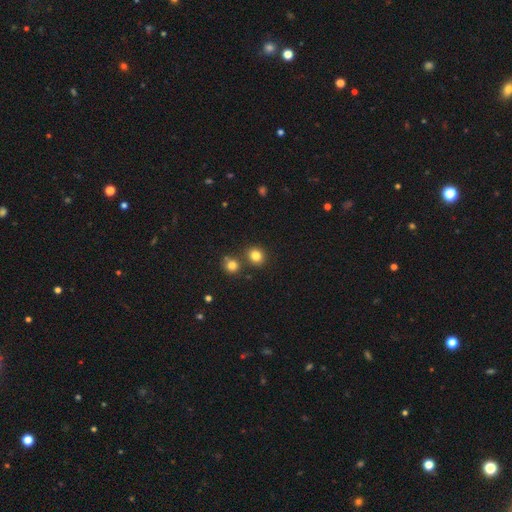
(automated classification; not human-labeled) Smooth or featured? smooth (82%)
How rounded? round (81%)
Merging? none (77%)